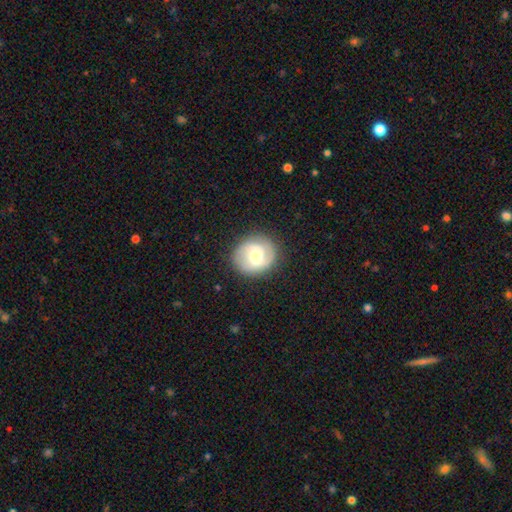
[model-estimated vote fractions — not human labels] Morphology: type=featured or disk (72%); edge-on=no (98%); bar=weak (53%); spiral arms=yes (92%); winding=medium (49%); arm count=2 (89%); bulge=moderate (61%); merging=none (86%).